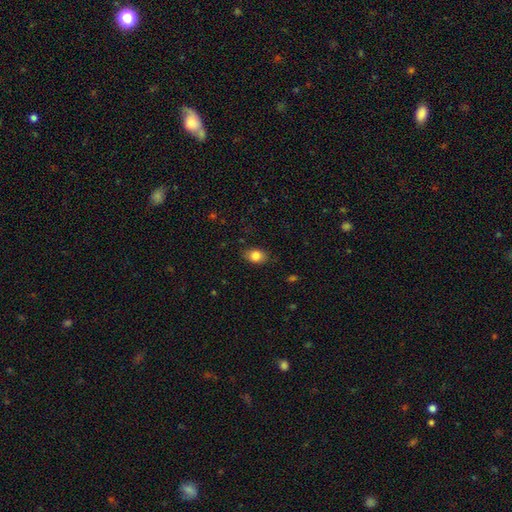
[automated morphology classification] A smooth galaxy with no disk features (84%) that is in between round and cigar-shaped (80%). Merging: none (83%).